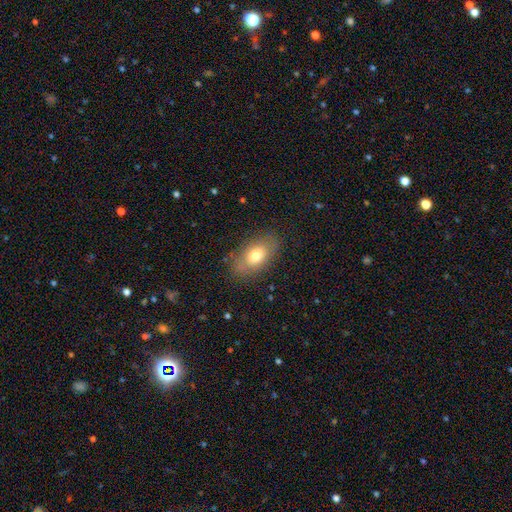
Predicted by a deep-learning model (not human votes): Smooth or featured? Predicted: smooth (p=0.71). How rounded? Predicted: in between (p=0.88). Merging? Predicted: none (p=0.80).